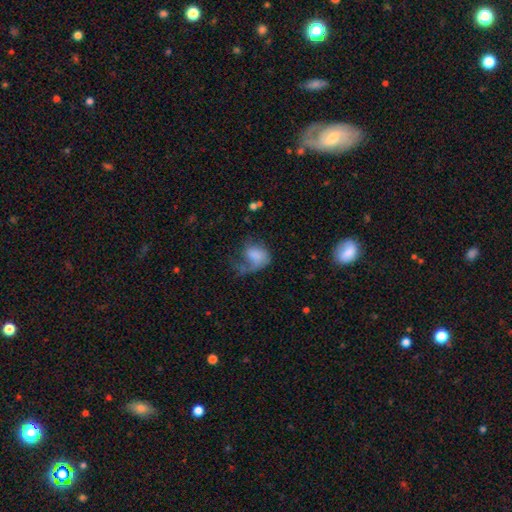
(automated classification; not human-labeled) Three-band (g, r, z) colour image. It shows a smooth galaxy with no disk features (54%) that is in between round and cigar-shaped (63%). Merging: major disturbance (54%).